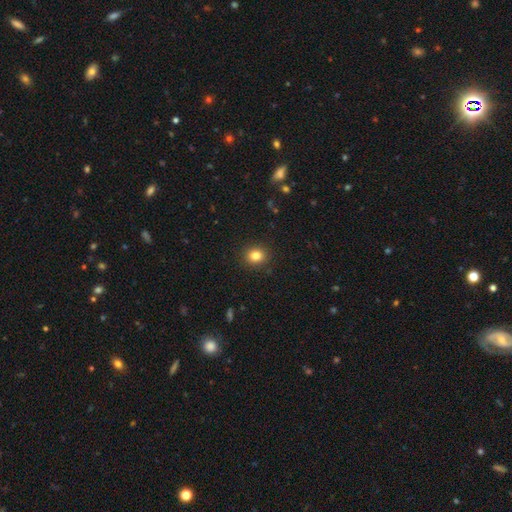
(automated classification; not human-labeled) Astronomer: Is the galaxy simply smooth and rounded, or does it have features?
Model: smooth — 82%.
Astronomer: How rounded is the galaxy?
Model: round — 78%.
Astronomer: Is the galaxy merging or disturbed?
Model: none — 91%.